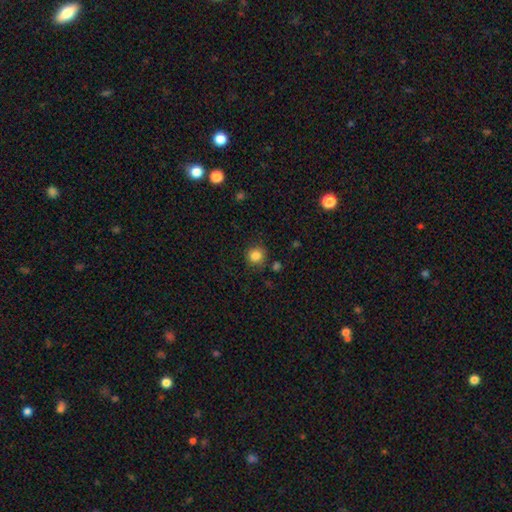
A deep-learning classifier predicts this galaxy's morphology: smooth-or-featured: smooth: 84% | star or artifact: 11% | featured or disk: 5%
  how-rounded: round: 92% | in between: 7% | cigar-shaped: 1%
  merging: none: 84% | minor disturbance: 10% | major disturbance: 3% | merger: 3%